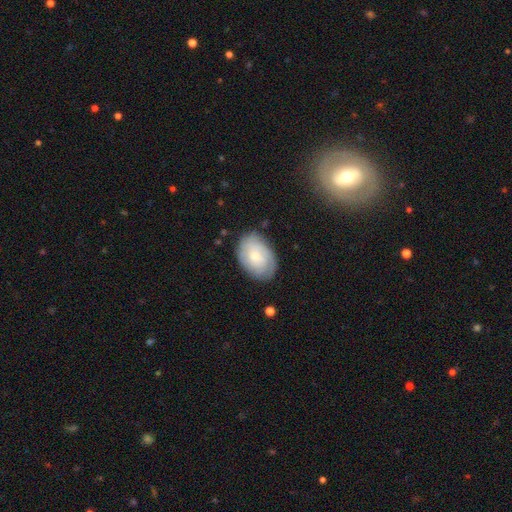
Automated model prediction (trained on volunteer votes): Smooth or featured?
  - smooth: 51% *
  - featured or disk: 42%
  - star or artifact: 7%
How rounded?
  - in between: 84% *
  - round: 14%
  - cigar-shaped: 1%
Merging?
  - none: 76% *
  - minor disturbance: 18%
  - major disturbance: 4%
  - merger: 1%